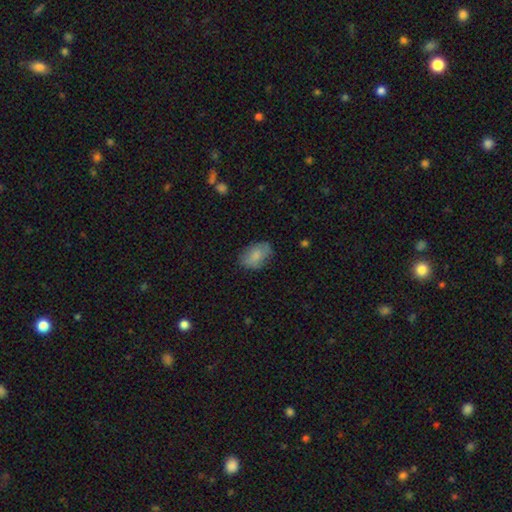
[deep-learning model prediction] This appears to be a smooth galaxy with no disk features (80%) that is in between round and cigar-shaped (87%). Merging: none (74%).